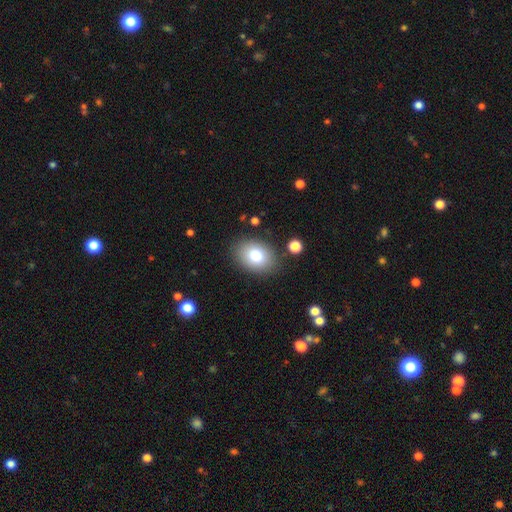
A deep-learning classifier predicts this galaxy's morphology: Smooth or featured? Predicted: smooth (p=0.81). How rounded? Predicted: in between (p=0.77). Merging? Predicted: none (p=0.84).